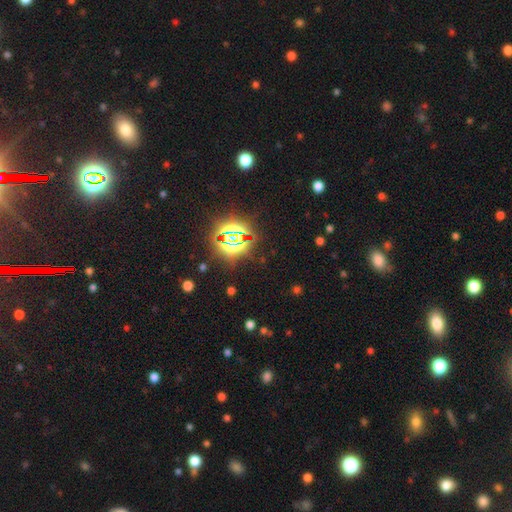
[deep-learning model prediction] Q: Smooth or featured?
A: star or artifact (79%); runner-up: smooth (13%)